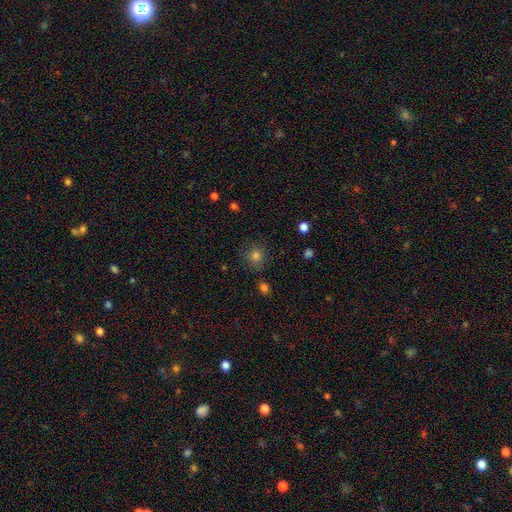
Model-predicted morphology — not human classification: smooth 78%, star or artifact 16%, featured or disk 6%. Down the decision tree: how rounded — round (89%); merging — none (83%).